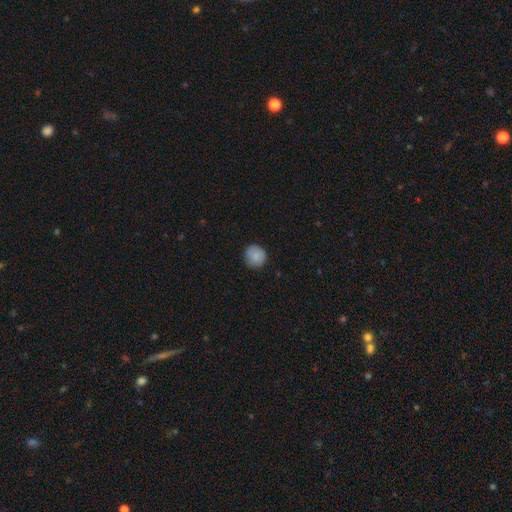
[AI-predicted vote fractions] smooth_or_featured: smooth (p=0.87) [alt: star or artifact p=0.08]
how_rounded: round (p=0.92) [alt: in between p=0.07]
merging: none (p=0.88) [alt: minor disturbance p=0.09]